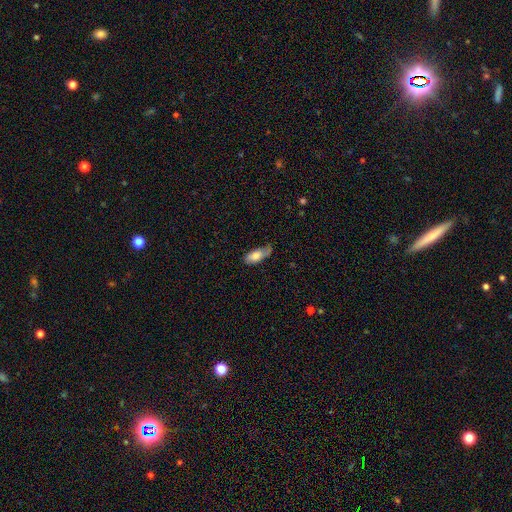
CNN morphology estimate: Smooth or featured? smooth (69%)
How rounded? in between (83%)
Merging? none (48%)